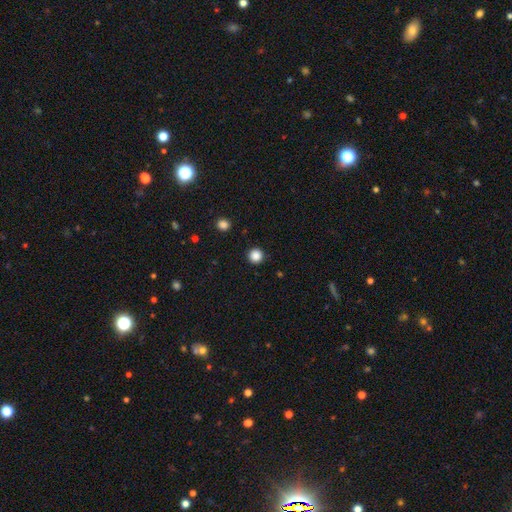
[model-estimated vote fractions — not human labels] Smooth or featured: smooth — 86% (star or artifact — 11%)
How rounded: round — 96% (in between — 3%)
Merging: none — 92% (minor disturbance — 5%)